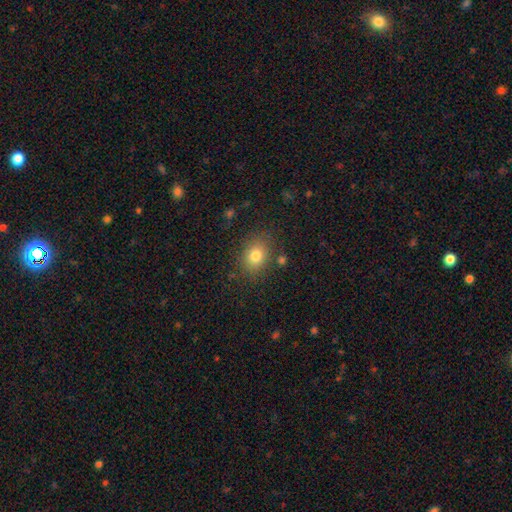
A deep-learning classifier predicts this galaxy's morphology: A smooth galaxy with no disk features (79%) that is in between round and cigar-shaped (55%).

Vote fractions:
- Smooth or featured? smooth: 79% / star or artifact: 12% / featured or disk: 9%
- How rounded? in between: 55% / round: 44% / cigar-shaped: 1%
- Merging? none: 81% / minor disturbance: 12% / major disturbance: 4% / merger: 3%